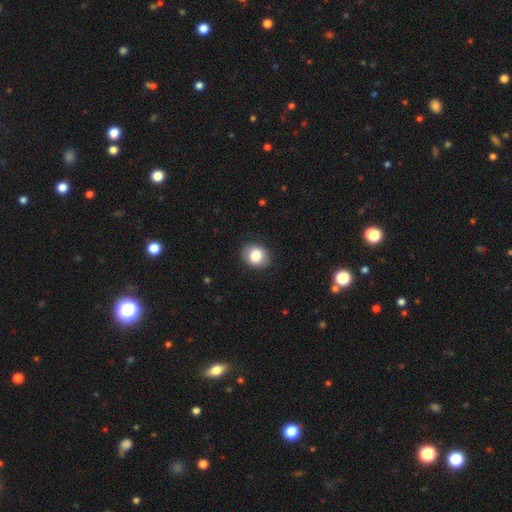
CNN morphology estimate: This is clearly a smooth galaxy (83%). How rounded: possibly round (58%). Merging: clearly none (86%).